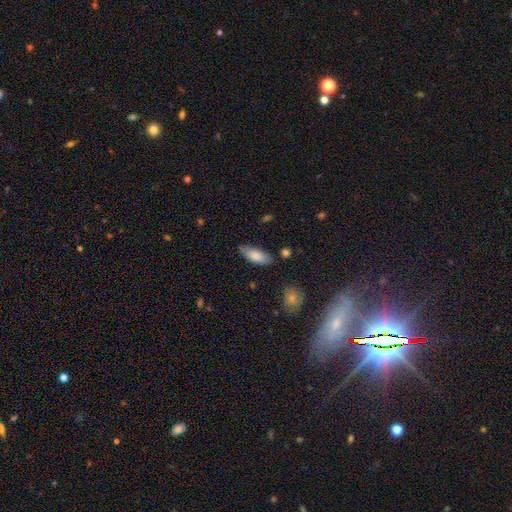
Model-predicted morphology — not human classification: Smooth or featured: smooth — 80% (featured or disk — 13%)
How rounded: in between — 79% (cigar-shaped — 19%)
Merging: none — 77% (minor disturbance — 17%)